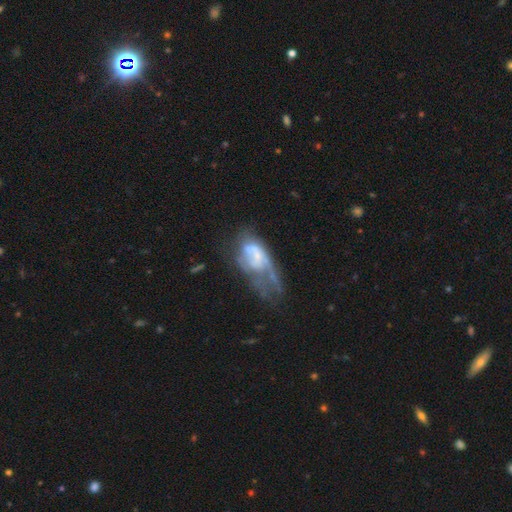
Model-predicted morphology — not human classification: Q: Smooth or featured?
A: featured or disk (56%); runner-up: smooth (33%)
Q: Edge-on disk?
A: no (95%); runner-up: yes (5%)
Q: Bar?
A: no (76%); runner-up: weak (20%)
Q: Spiral arms?
A: no (69%); runner-up: yes (31%)
Q: Bulge size?
A: small (35%); runner-up: none (32%)
Q: Merging?
A: major disturbance (49%); runner-up: minor disturbance (19%)